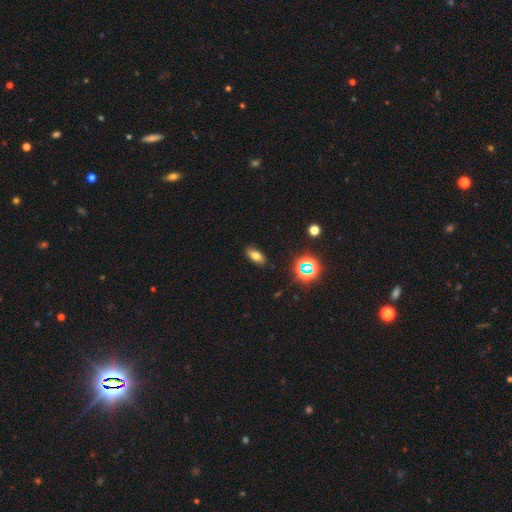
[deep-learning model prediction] The model was most divided on "smooth or featured": smooth: 70%, star or artifact: 17%, featured or disk: 13%. More confident: merging — none (88%); how rounded — in between (83%).